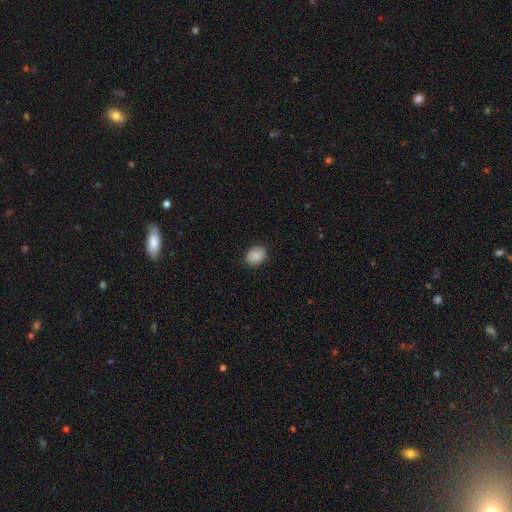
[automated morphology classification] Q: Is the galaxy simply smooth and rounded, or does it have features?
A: smooth — 90%.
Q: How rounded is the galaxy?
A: round — 55%.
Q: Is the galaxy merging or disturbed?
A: none — 89%.